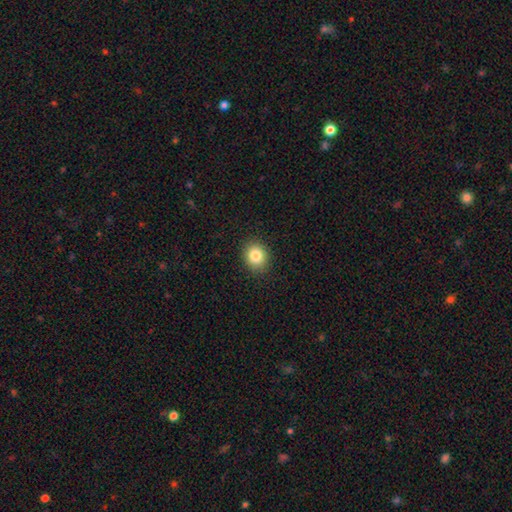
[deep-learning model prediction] A smooth galaxy with no disk features (84%) that is round (71%). Merging: none (90%).